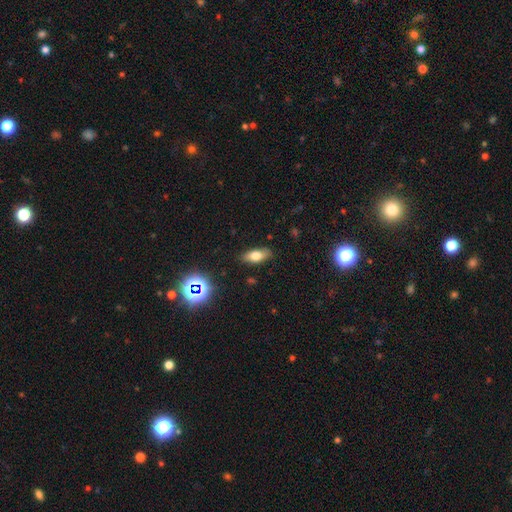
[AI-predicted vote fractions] Smooth or featured? smooth (70%)
How rounded? in between (79%)
Merging? none (86%)